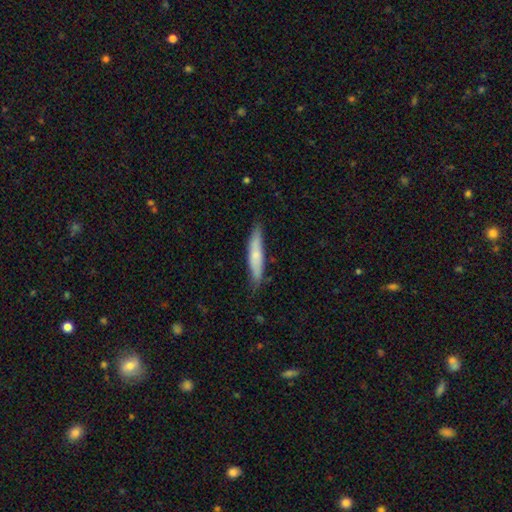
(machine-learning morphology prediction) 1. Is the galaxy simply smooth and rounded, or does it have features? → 64% smooth, 31% featured or disk, 6% star or artifact.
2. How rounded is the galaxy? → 88% cigar-shaped, 10% in between, 1% round.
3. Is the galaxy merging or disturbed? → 78% none, 18% minor disturbance, 3% major disturbance, 1% merger.